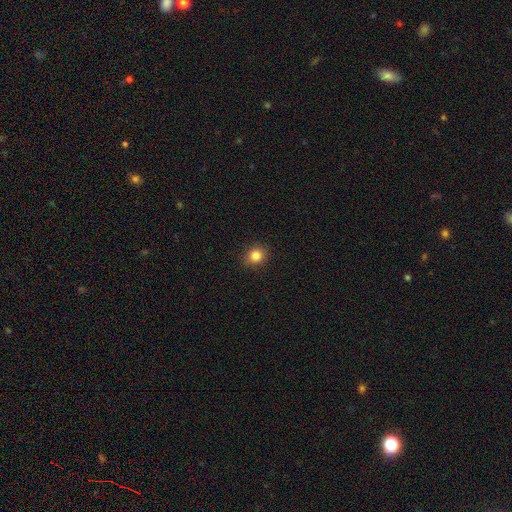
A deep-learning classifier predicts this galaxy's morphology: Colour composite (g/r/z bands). It shows a smooth galaxy with no disk features (85%) that is round (77%). Merging: none (88%).